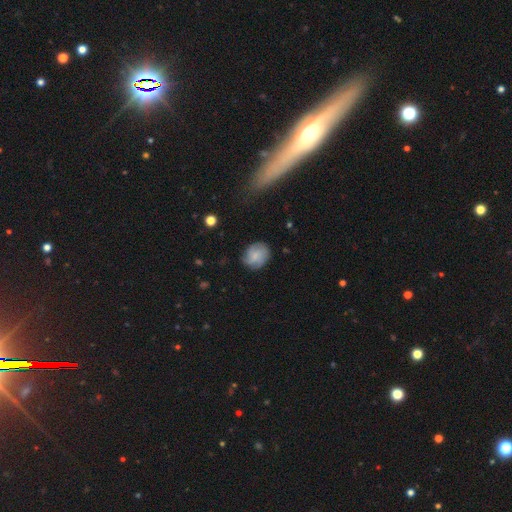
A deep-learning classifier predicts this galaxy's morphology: smooth-or-featured: smooth: 66% | featured or disk: 26% | star or artifact: 8%
  how-rounded: round: 69% | in between: 30% | cigar-shaped: 1%
  merging: none: 75% | minor disturbance: 19% | major disturbance: 5% | merger: 1%